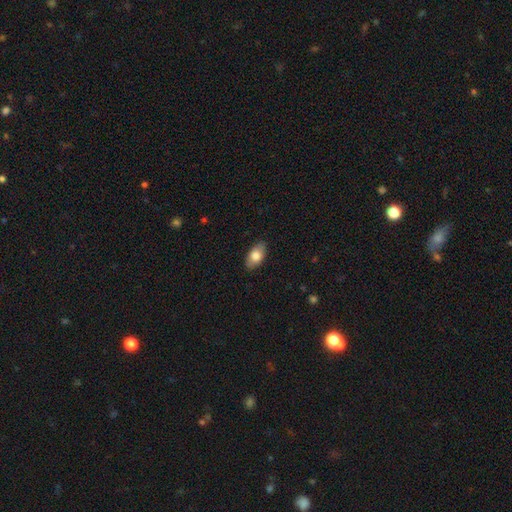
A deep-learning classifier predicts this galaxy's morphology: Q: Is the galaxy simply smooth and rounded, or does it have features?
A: smooth — 78%.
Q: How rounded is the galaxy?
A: in between — 92%.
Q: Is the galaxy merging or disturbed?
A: none — 87%.